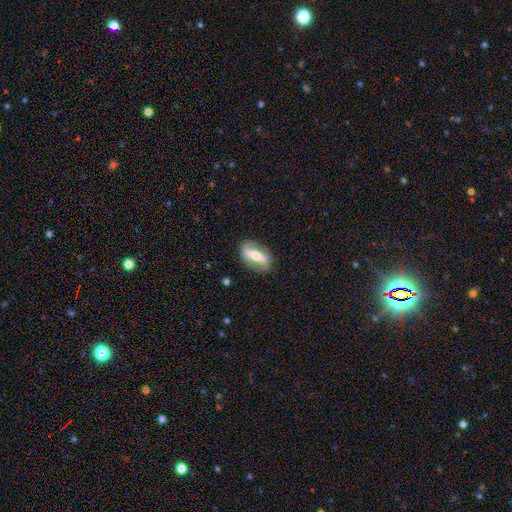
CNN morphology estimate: Smooth or featured? featured or disk (68%)
Edge-on disk? no (83%)
Bar? strong (70%)
Spiral arms? yes (55%)
Bulge size? moderate (57%)
Merging? none (77%)